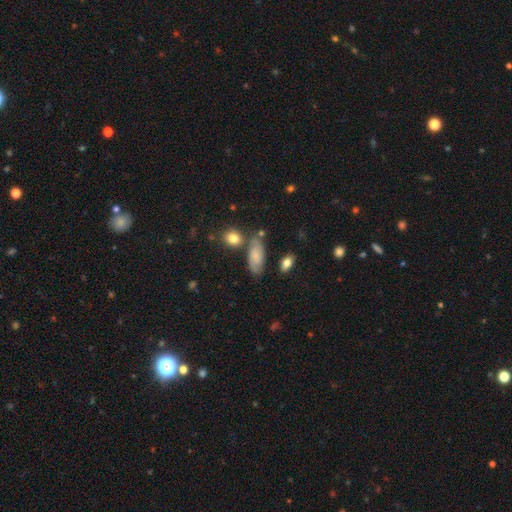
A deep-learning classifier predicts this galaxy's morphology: type=smooth (53%); roundness=in between (82%); merging=none (66%).